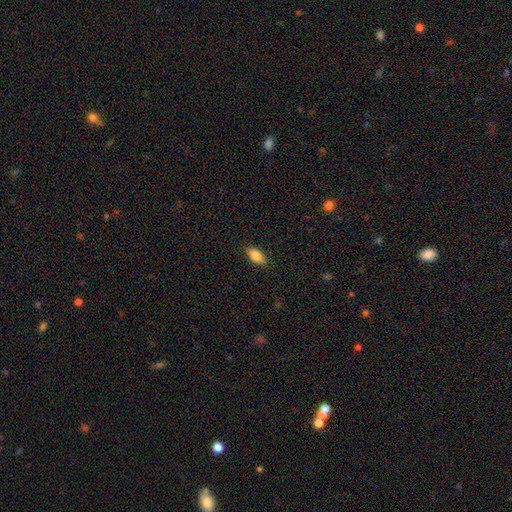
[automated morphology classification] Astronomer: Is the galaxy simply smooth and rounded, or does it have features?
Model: smooth — 83%.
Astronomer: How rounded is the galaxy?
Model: in between — 87%.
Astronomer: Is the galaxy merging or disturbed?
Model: none — 87%.